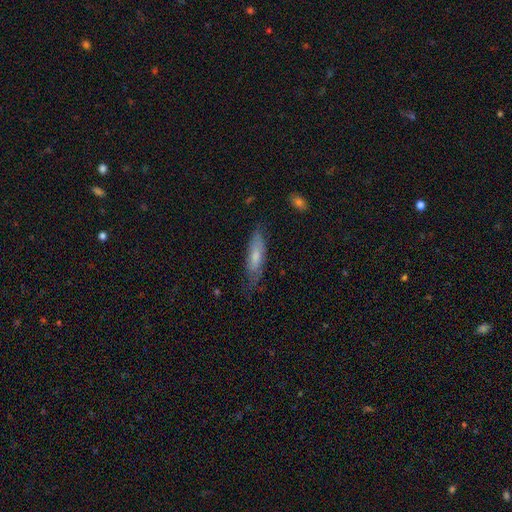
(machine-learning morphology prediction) Smooth or featured?
  - smooth: 60% *
  - featured or disk: 33%
  - star or artifact: 7%
How rounded?
  - cigar-shaped: 64% *
  - in between: 34%
  - round: 2%
Merging?
  - none: 65% *
  - minor disturbance: 26%
  - major disturbance: 8%
  - merger: 2%